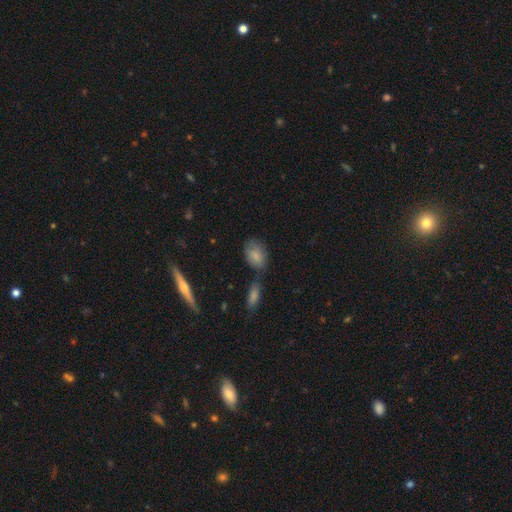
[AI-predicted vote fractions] Smooth or featured? smooth (81%)
How rounded? in between (84%)
Merging? none (57%)